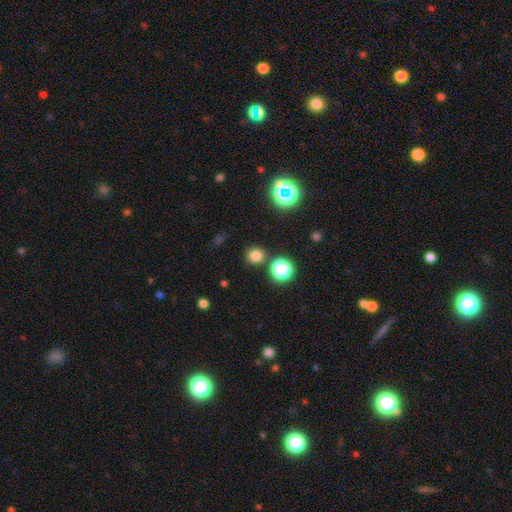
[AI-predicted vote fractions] Q: Smooth or featured?
A: smooth (75%); runner-up: star or artifact (20%)
Q: How rounded?
A: round (91%); runner-up: in between (8%)
Q: Merging?
A: none (86%); runner-up: minor disturbance (6%)